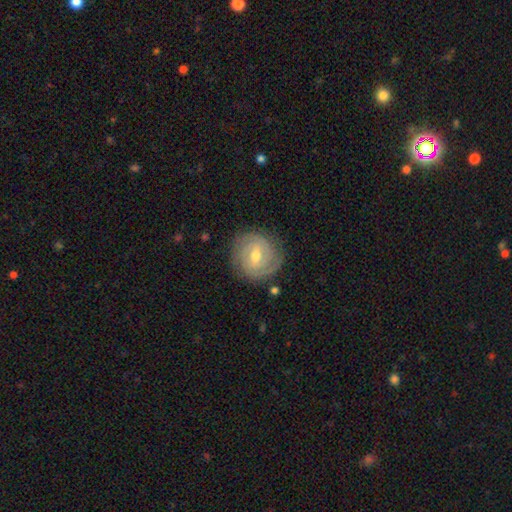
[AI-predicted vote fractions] Smooth or featured? featured or disk (76%)
Edge-on disk? no (97%)
Bar? weak (57%)
Spiral arms? yes (89%)
Spiral winding? tight (75%)
Spiral arm count? 2 (43%)
Bulge size? moderate (69%)
Merging? none (81%)